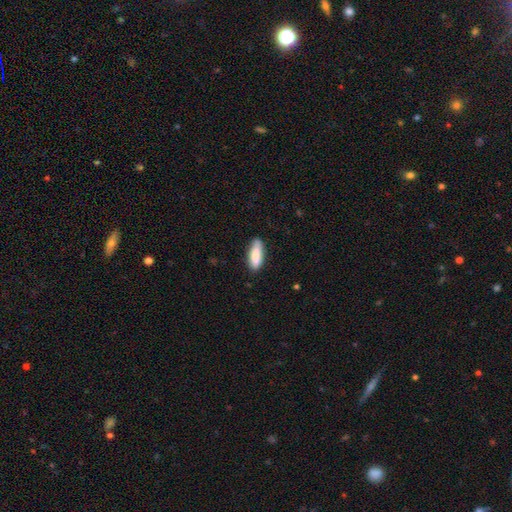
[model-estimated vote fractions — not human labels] Smooth or featured? smooth (84%)
How rounded? in between (63%)
Merging? none (81%)